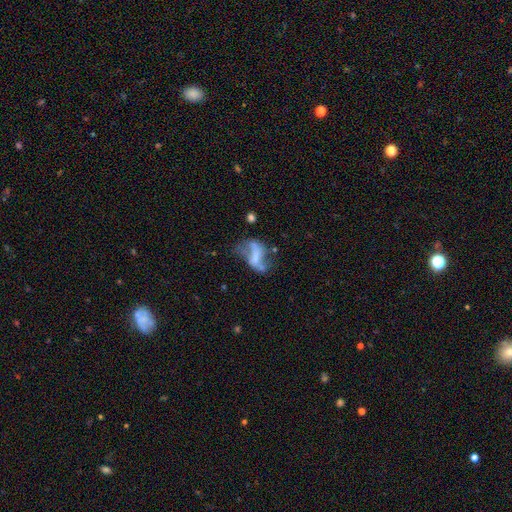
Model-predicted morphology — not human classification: smooth-or-featured: featured or disk: 56% | smooth: 32% | star or artifact: 12%
  disk-edge-on: no: 95% | yes: 5%
    bar: no: 54% | weak: 23% | strong: 23%
    has-spiral-arms: no: 62% | yes: 38%
    bulge-size: none: 68% | small: 13% | moderate: 11% | large: 6% | dominant: 2%
  merging: major disturbance: 36% | none: 29% | minor disturbance: 19% | merger: 15%